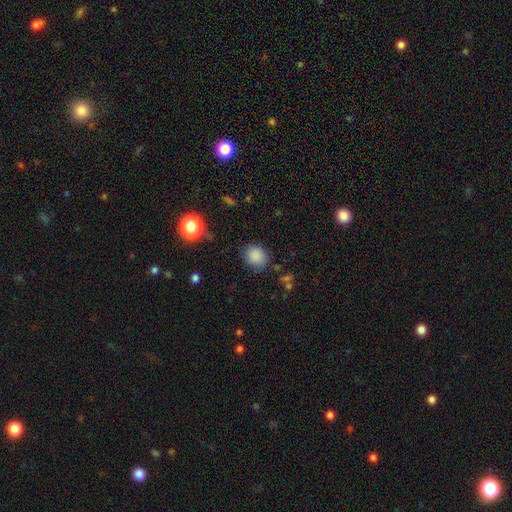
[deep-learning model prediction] smooth-or-featured: smooth: 85% | star or artifact: 11% | featured or disk: 4%
  how-rounded: round: 70% | in between: 29% | cigar-shaped: 1%
  merging: none: 81% | minor disturbance: 13% | major disturbance: 4% | merger: 2%